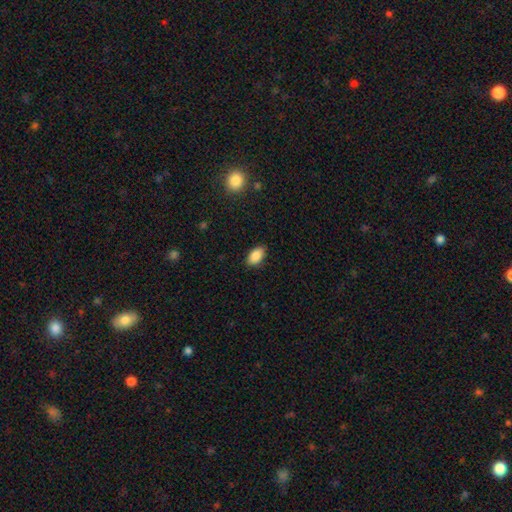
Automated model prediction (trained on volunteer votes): The model was most divided on "merging": none: 87%, minor disturbance: 10%, major disturbance: 2%, merger: 1%. More confident: how rounded — in between (93%); smooth or featured — smooth (88%).